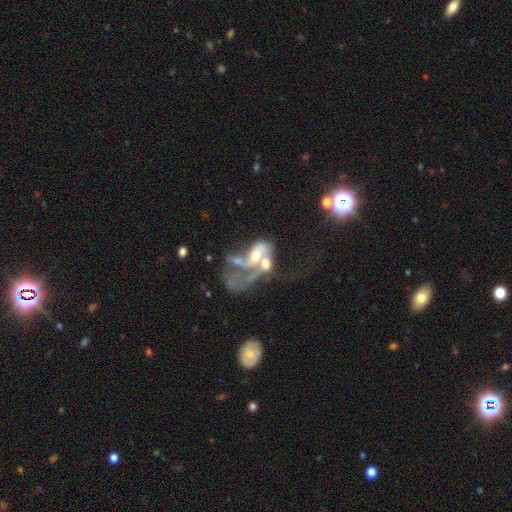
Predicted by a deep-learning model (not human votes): This is likely a featured or disk galaxy (67%). It is clearly not viewed edge-on (96%). Bar: likely no (63%). Spiral arm pattern: likely yes (62%). Central bulge: possibly moderate (57%). Merging: likely merger (63%).